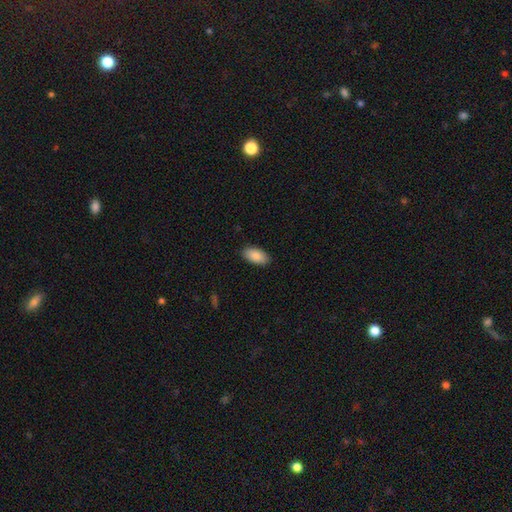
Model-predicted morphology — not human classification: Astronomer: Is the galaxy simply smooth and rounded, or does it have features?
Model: smooth — 87%.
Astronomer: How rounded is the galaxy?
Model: in between — 94%.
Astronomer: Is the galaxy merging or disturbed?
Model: none — 89%.